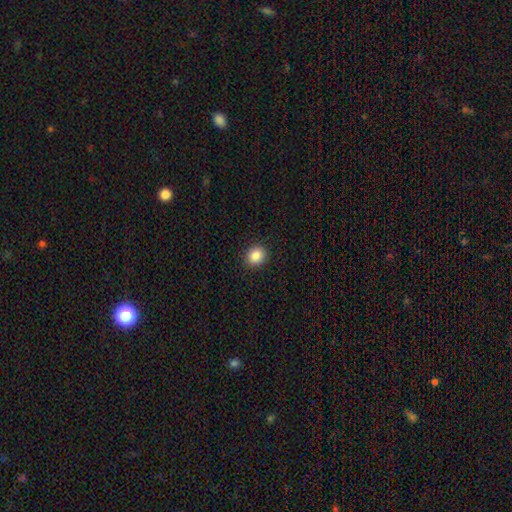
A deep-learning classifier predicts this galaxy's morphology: Q: Smooth or featured?
A: smooth (87%); runner-up: star or artifact (9%)
Q: How rounded?
A: round (71%); runner-up: in between (28%)
Q: Merging?
A: none (91%); runner-up: minor disturbance (7%)